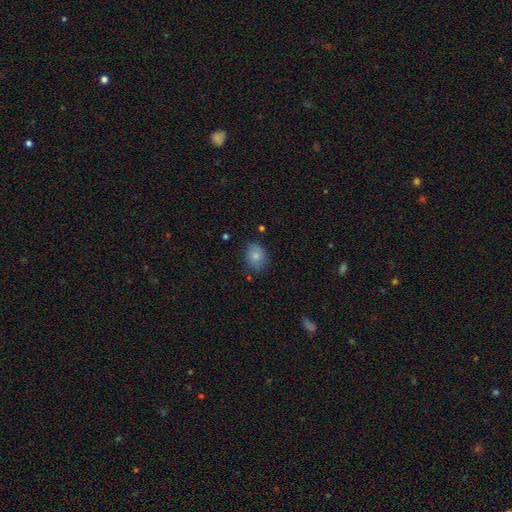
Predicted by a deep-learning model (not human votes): Smooth or featured?
  - smooth: 82% *
  - star or artifact: 9%
  - featured or disk: 9%
How rounded?
  - round: 51% *
  - in between: 48%
  - cigar-shaped: 1%
Merging?
  - none: 73% *
  - minor disturbance: 20%
  - major disturbance: 4%
  - merger: 2%